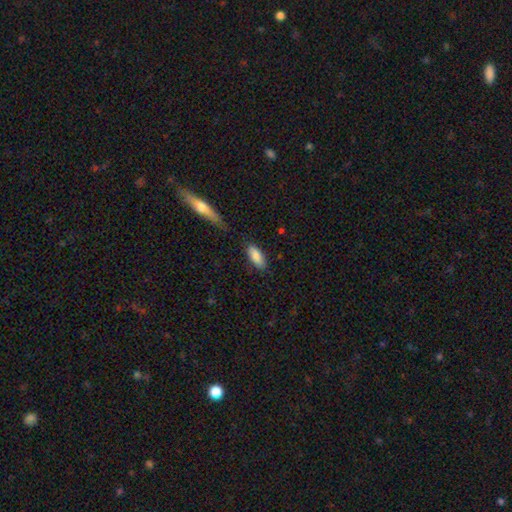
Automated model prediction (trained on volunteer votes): Smooth or featured: smooth — 85% (featured or disk — 9%)
How rounded: in between — 84% (cigar-shaped — 14%)
Merging: none — 80% (minor disturbance — 14%)